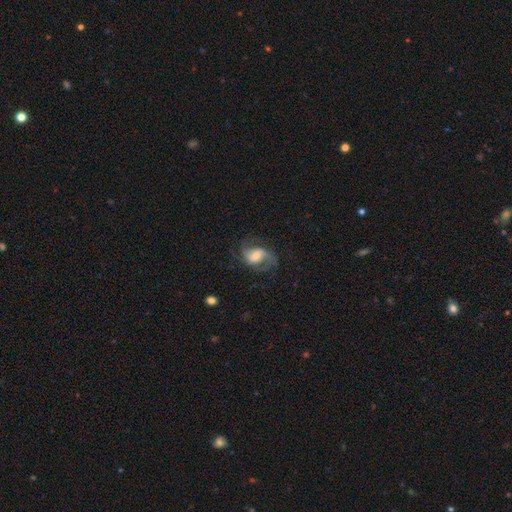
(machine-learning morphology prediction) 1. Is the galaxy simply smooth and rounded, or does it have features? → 77% featured or disk, 16% smooth, 7% star or artifact.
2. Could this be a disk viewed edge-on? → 97% no, 3% yes.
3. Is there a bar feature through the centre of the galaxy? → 48% weak, 34% no, 19% strong.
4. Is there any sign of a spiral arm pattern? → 94% yes, 6% no.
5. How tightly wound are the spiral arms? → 49% medium, 36% loose, 15% tight.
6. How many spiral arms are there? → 72% 2, 11% 3, 7% can't tell, 5% 1, 2% 4, 2% more than 4.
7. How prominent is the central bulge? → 39% moderate, 27% large, 21% small, 10% none, 3% dominant.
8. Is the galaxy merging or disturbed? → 62% none, 18% major disturbance, 18% minor disturbance, 1% merger.